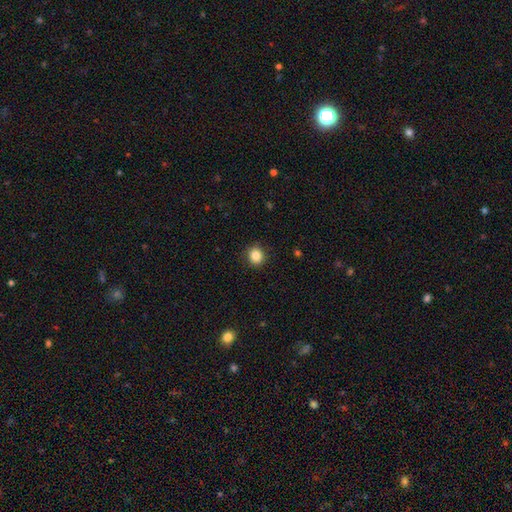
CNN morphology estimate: This appears to be a smooth galaxy with no disk features (85%) that is round (85%). Merging: none (90%).